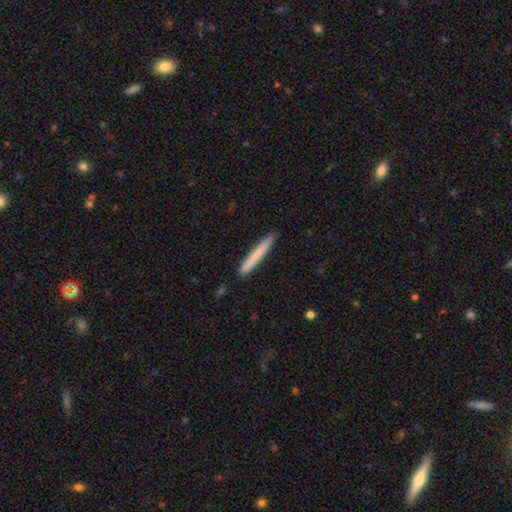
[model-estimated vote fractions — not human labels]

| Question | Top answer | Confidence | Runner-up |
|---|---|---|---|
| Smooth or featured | smooth | 75% | featured or disk (19%) |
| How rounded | cigar-shaped | 97% | in between (2%) |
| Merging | none | 91% | minor disturbance (6%) |